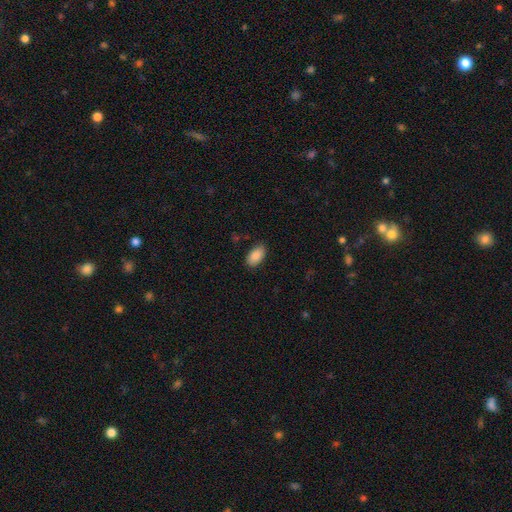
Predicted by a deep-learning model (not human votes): Morphology: type=smooth (87%); roundness=in between (94%); merging=none (83%).